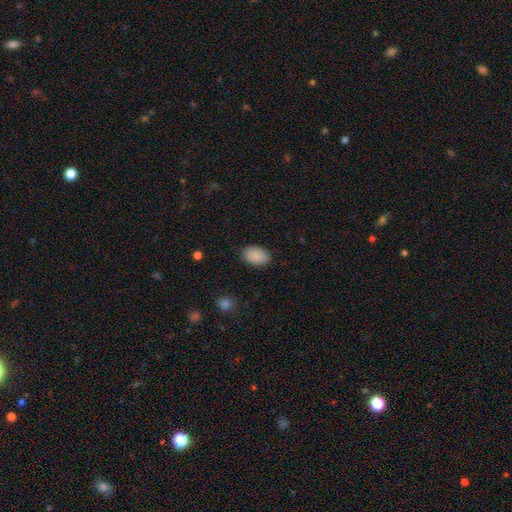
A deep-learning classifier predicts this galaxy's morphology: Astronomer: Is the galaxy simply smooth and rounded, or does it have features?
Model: smooth — 89%.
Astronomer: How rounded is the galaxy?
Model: in between — 88%.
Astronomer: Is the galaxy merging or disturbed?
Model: none — 86%.